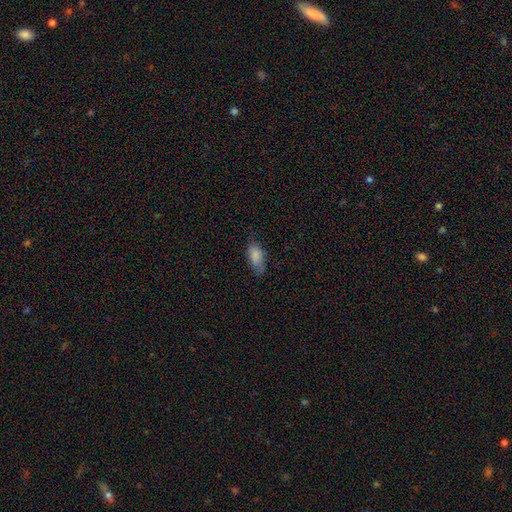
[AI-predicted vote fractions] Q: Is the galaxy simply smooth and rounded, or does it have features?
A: smooth — 85%.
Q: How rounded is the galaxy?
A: in between — 90%.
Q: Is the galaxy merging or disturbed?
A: none — 66%.